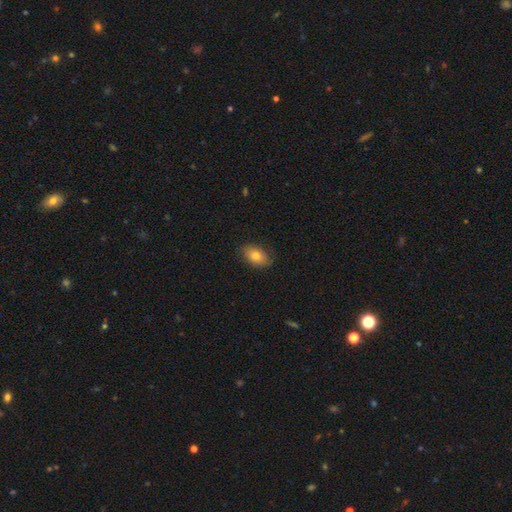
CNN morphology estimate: Smooth or featured: smooth — 80% (featured or disk — 12%)
How rounded: in between — 88% (round — 11%)
Merging: none — 83% (minor disturbance — 14%)